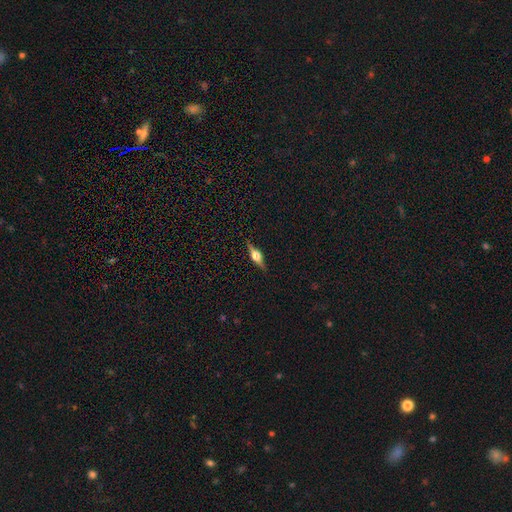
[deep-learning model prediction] smooth_or_featured: featured or disk (p=0.75) [alt: smooth p=0.18]
disk_edge_on: yes (p=0.97) [alt: no p=0.03]
edge_on_bulge: rounded (p=0.94) [alt: boxy p=0.05]
merging: none (p=0.89) [alt: minor disturbance p=0.08]